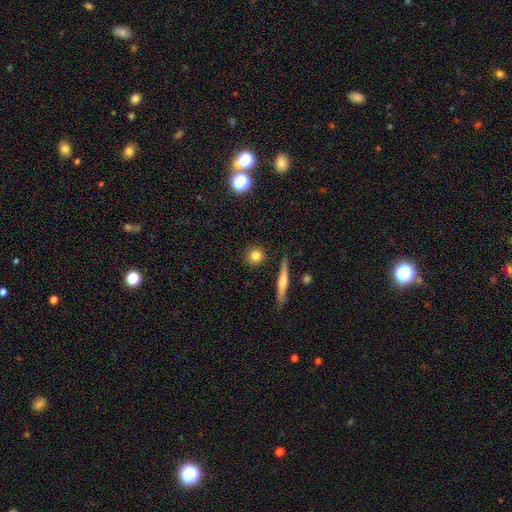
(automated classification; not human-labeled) A smooth galaxy with no disk features (80%) that is round (87%).

Vote fractions:
- Smooth or featured? smooth: 80% / featured or disk: 11% / star or artifact: 10%
- How rounded? round: 87% / in between: 9% / cigar-shaped: 4%
- Merging? none: 87% / minor disturbance: 8% / merger: 3% / major disturbance: 2%